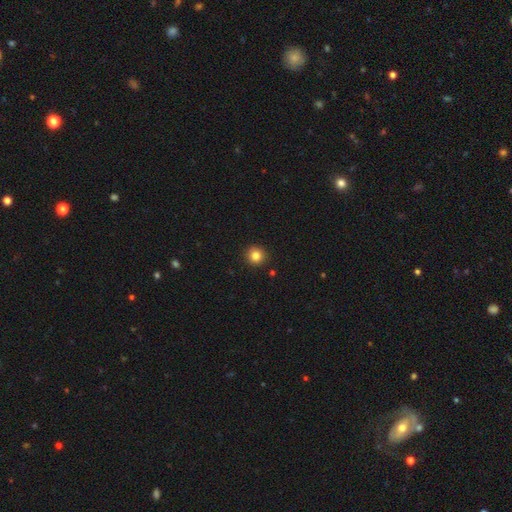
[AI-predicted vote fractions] smooth 84%, star or artifact 11%, featured or disk 5%. Down the decision tree: how rounded — round (94%); merging — none (92%).